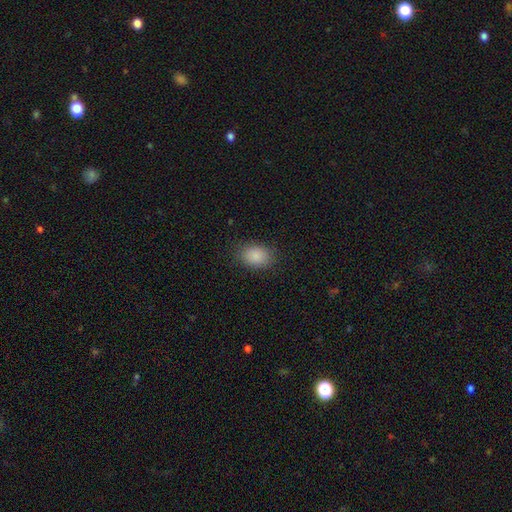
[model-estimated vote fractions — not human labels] A smooth galaxy with no disk features (88%) that is in between round and cigar-shaped (71%). Merging: none (85%).